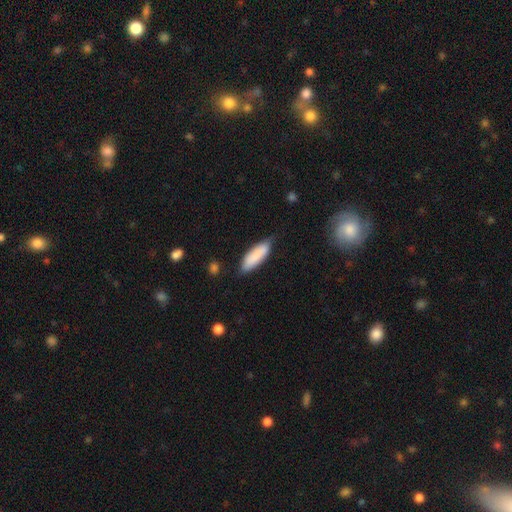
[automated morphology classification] This appears to be a smooth galaxy with no disk features (85%) that is in between round and cigar-shaped (57%). Merging: none (70%).